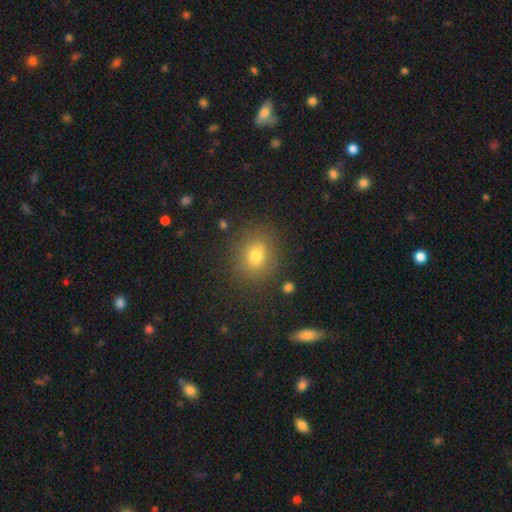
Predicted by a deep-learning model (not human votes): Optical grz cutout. It shows a smooth galaxy with no disk features (74%) that is round (61%). Merging: none (83%).